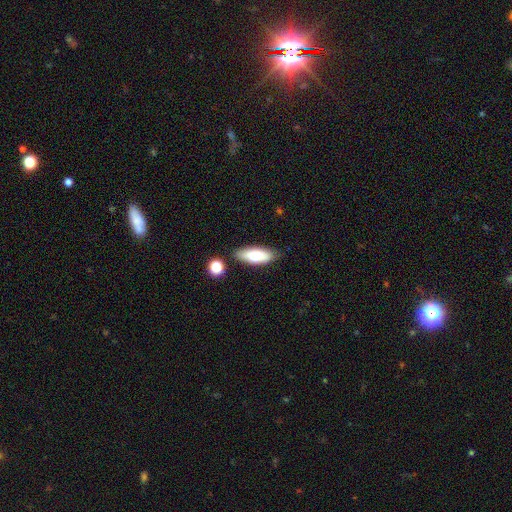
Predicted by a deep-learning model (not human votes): Smooth or featured? Predicted: smooth (p=0.76). How rounded? Predicted: in between (p=0.73). Merging? Predicted: none (p=0.78).